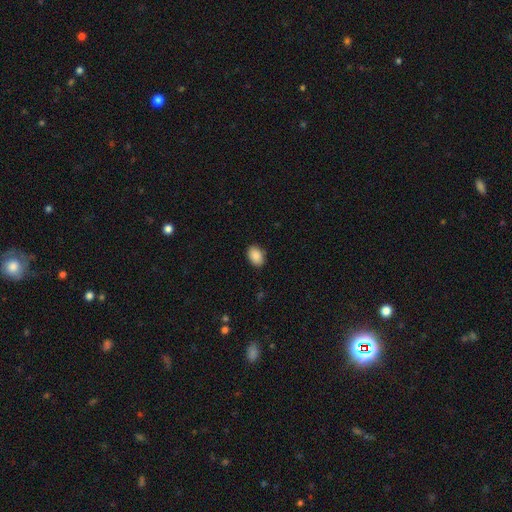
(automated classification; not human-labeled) Q: Smooth or featured?
A: smooth (89%); runner-up: star or artifact (7%)
Q: How rounded?
A: in between (82%); runner-up: round (17%)
Q: Merging?
A: none (87%); runner-up: minor disturbance (10%)